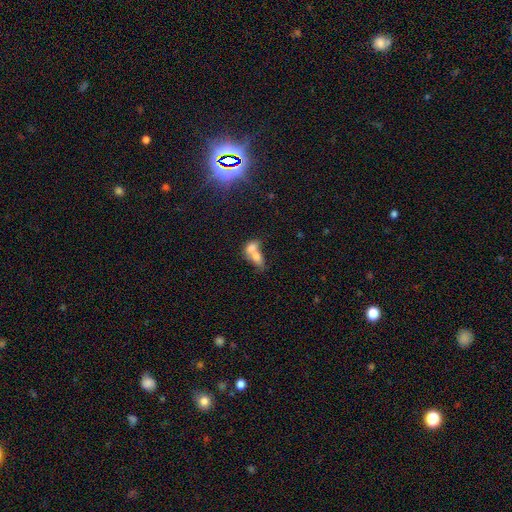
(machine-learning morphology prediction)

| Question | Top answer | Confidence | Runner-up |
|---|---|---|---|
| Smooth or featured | smooth | 69% | featured or disk (21%) |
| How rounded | in between | 78% | round (13%) |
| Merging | merger | 72% | none (16%) |